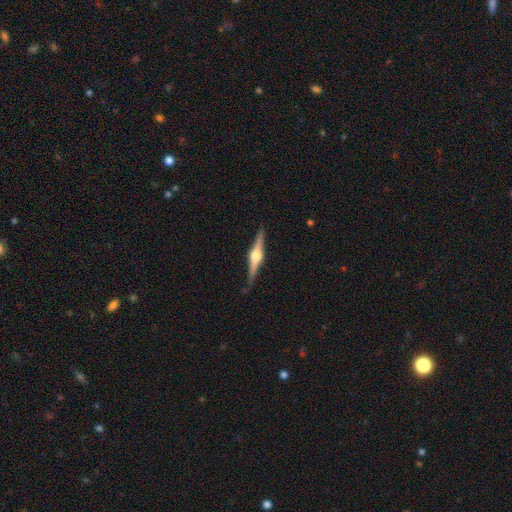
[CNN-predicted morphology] Q: Smooth or featured?
A: featured or disk (84%); runner-up: smooth (11%)
Q: Edge-on disk?
A: yes (98%); runner-up: no (2%)
Q: Edge-on bulge?
A: rounded (95%); runner-up: boxy (4%)
Q: Merging?
A: none (89%); runner-up: minor disturbance (8%)